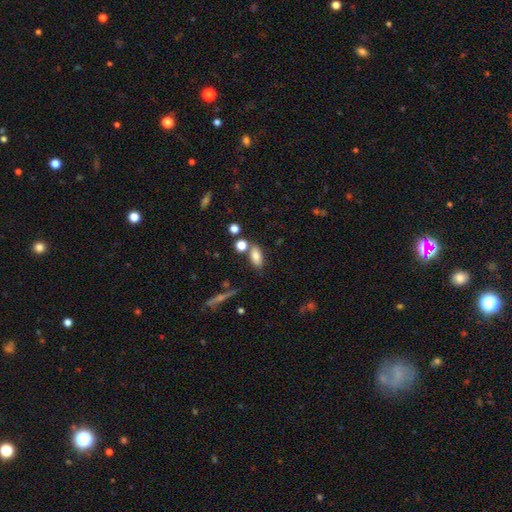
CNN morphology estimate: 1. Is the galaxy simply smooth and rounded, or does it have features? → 78% smooth, 12% featured or disk, 10% star or artifact.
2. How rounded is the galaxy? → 85% in between, 9% cigar-shaped, 6% round.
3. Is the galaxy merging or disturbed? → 69% none, 14% merger, 13% minor disturbance, 4% major disturbance.